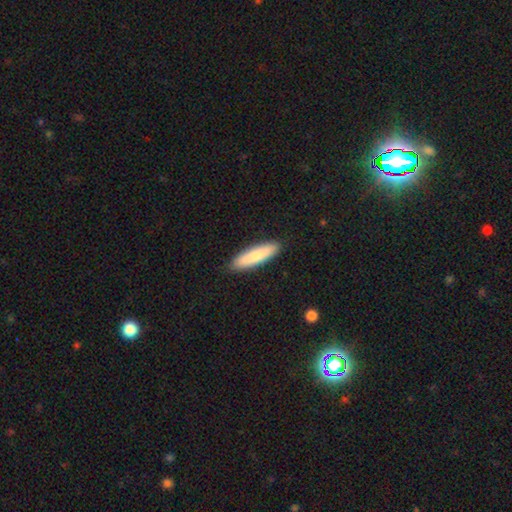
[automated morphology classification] type=smooth (81%); roundness=cigar-shaped (71%); merging=none (89%).